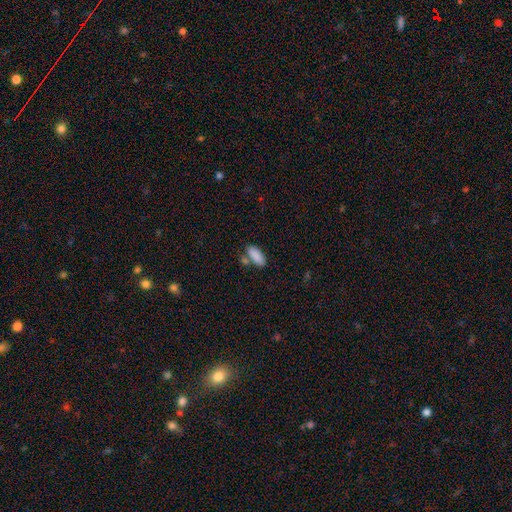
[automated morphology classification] Smooth or featured?
  - smooth: 88% *
  - star or artifact: 7%
  - featured or disk: 5%
How rounded?
  - in between: 82% *
  - cigar-shaped: 15%
  - round: 2%
Merging?
  - none: 63% *
  - merger: 20%
  - minor disturbance: 13%
  - major disturbance: 4%